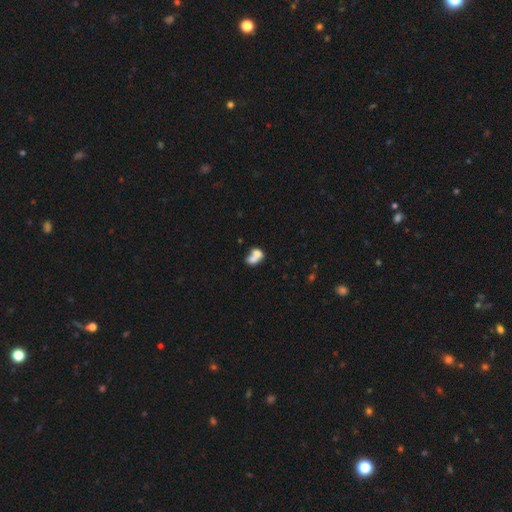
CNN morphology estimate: type=smooth (67%); roundness=in between (73%); merging=merger (68%).